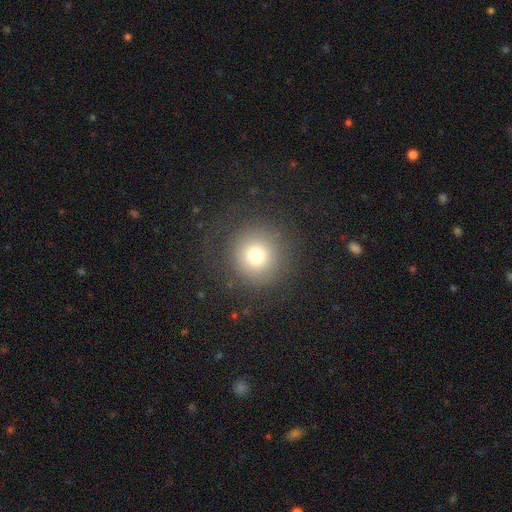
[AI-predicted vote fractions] This is likely a smooth galaxy (74%). How rounded: clearly round (95%). Merging: clearly none (81%).